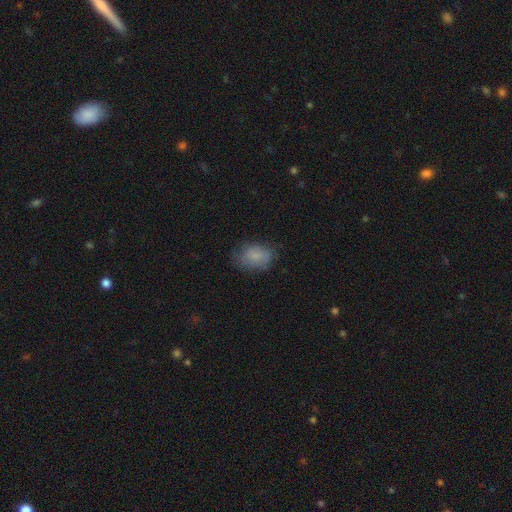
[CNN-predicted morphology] smooth_or_featured: smooth (p=0.80) [alt: featured or disk p=0.11]
how_rounded: in between (p=0.82) [alt: round p=0.17]
merging: none (p=0.64) [alt: minor disturbance p=0.26]